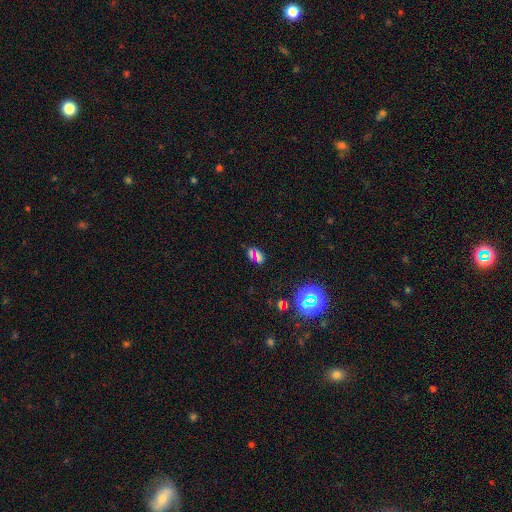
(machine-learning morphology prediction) smooth 46%, star or artifact 41%, featured or disk 13%. Down the decision tree: merging — none (64%).